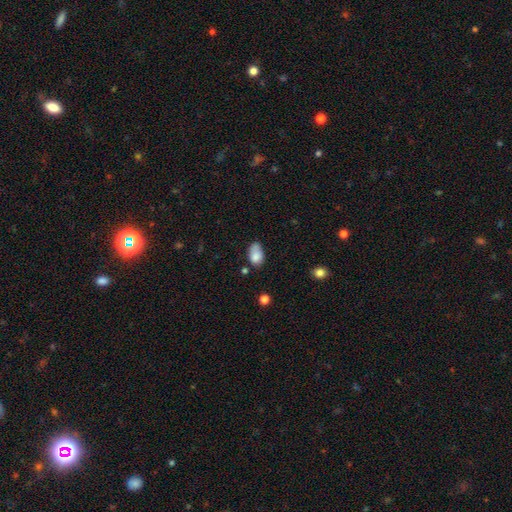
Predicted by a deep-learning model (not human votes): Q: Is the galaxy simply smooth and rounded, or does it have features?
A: smooth — 80%.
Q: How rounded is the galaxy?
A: in between — 88%.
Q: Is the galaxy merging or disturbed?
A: none — 47%.